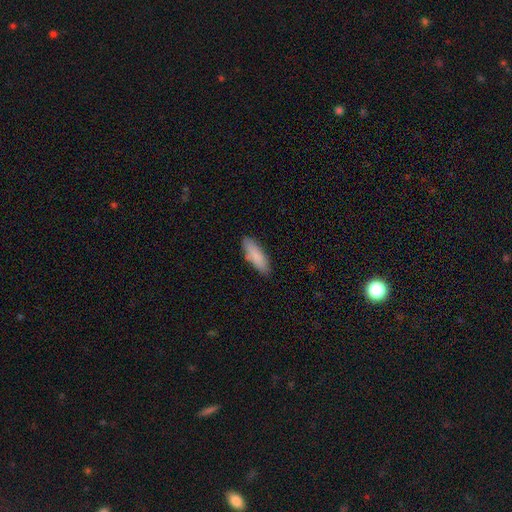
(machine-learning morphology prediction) Smooth or featured? Predicted: smooth (p=0.86). How rounded? Predicted: in between (p=0.55). Merging? Predicted: none (p=0.82).